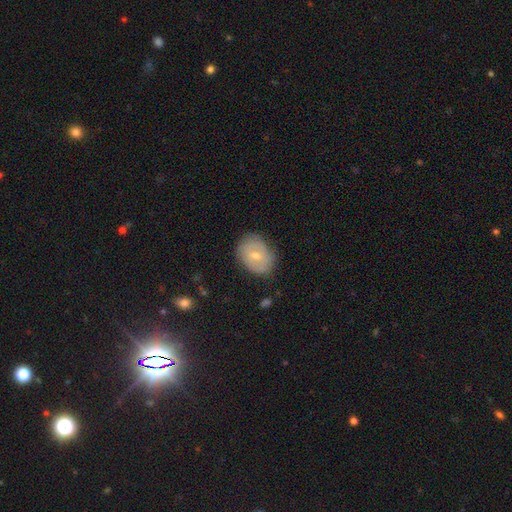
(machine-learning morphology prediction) Q: Smooth or featured?
A: smooth (57%); runner-up: featured or disk (35%)
Q: How rounded?
A: in between (65%); runner-up: round (33%)
Q: Merging?
A: none (77%); runner-up: minor disturbance (18%)